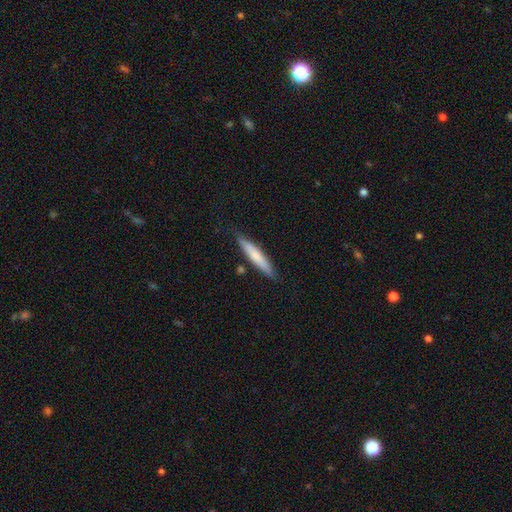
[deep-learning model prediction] Smooth or featured? smooth (64%)
How rounded? cigar-shaped (91%)
Merging? none (82%)